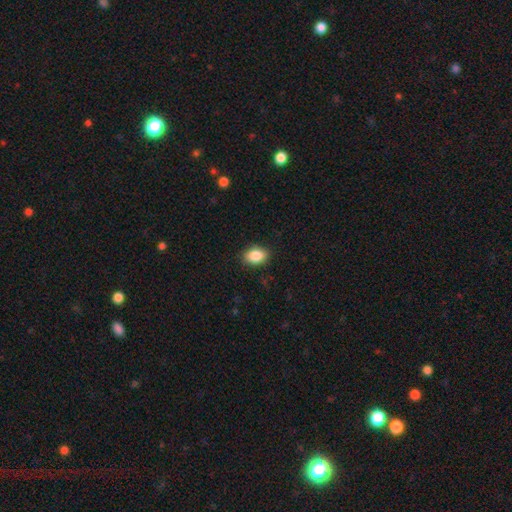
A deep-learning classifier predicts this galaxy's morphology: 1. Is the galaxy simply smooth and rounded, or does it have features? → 87% smooth, 8% star or artifact, 5% featured or disk.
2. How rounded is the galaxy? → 80% in between, 19% round, 1% cigar-shaped.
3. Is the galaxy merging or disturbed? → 88% none, 9% minor disturbance, 2% major disturbance, 1% merger.